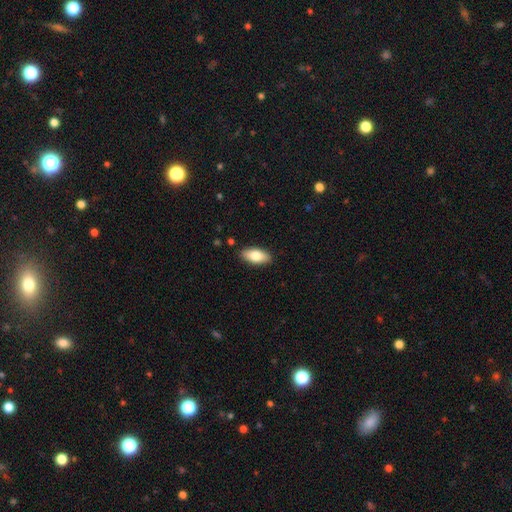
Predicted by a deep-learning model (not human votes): Smooth or featured?
  - smooth: 78% *
  - featured or disk: 15%
  - star or artifact: 6%
How rounded?
  - in between: 88% *
  - cigar-shaped: 9%
  - round: 3%
Merging?
  - none: 88% *
  - minor disturbance: 9%
  - major disturbance: 2%
  - merger: 1%